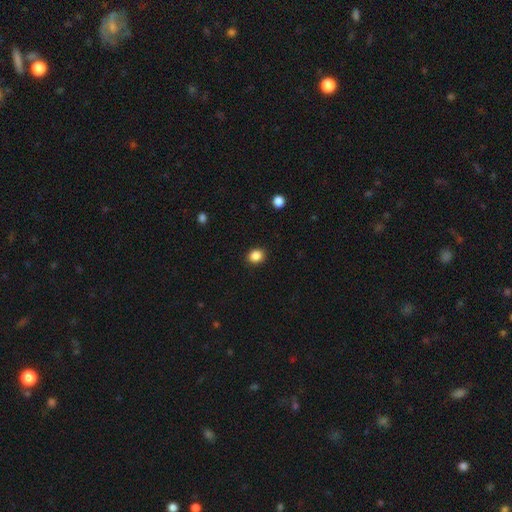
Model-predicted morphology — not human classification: This appears to be a smooth galaxy with no disk features (87%) that is round (66%). Merging: none (91%).